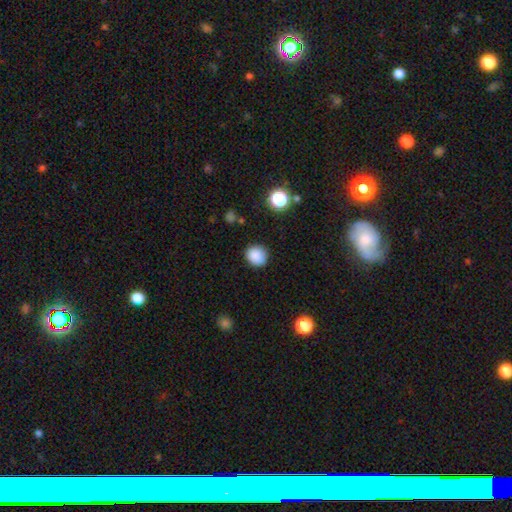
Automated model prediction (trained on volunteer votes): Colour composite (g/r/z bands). It shows a smooth galaxy with no disk features (86%) that is round (87%). Merging: none (87%).